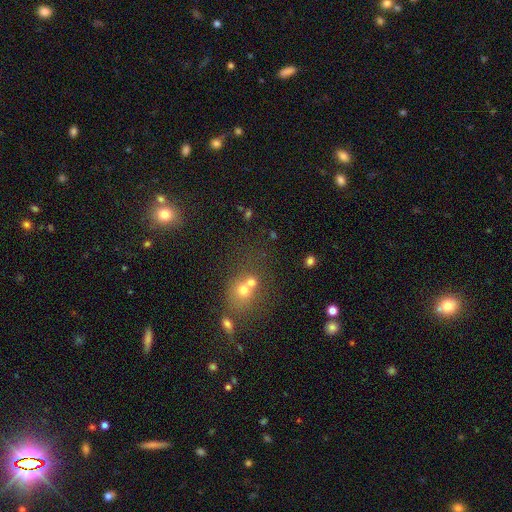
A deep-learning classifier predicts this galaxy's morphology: A smooth galaxy with no disk features (49%).

Vote fractions:
- Smooth or featured? smooth: 49% / star or artifact: 39% / featured or disk: 12%
- Merging? none: 49% / merger: 35% / minor disturbance: 10% / major disturbance: 6%